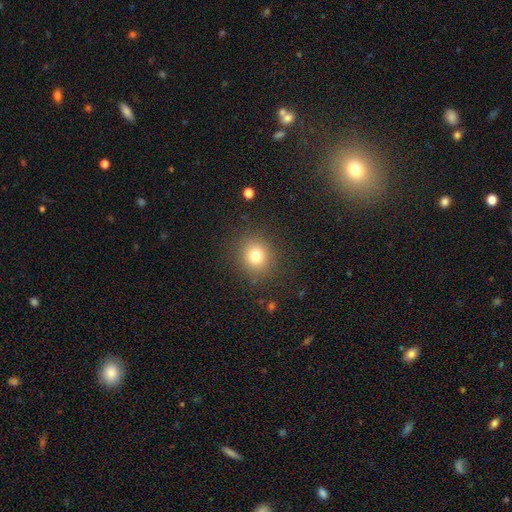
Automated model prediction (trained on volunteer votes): Smooth or featured: smooth — 77% (star or artifact — 14%)
How rounded: round — 83% (in between — 16%)
Merging: none — 87% (minor disturbance — 8%)